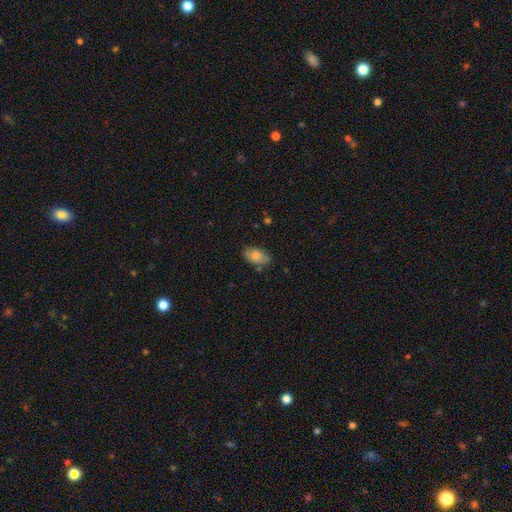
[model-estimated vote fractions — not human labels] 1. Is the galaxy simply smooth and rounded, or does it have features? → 77% smooth, 15% featured or disk, 8% star or artifact.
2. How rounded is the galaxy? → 91% in between, 6% round, 2% cigar-shaped.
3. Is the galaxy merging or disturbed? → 71% none, 21% minor disturbance, 4% major disturbance, 3% merger.